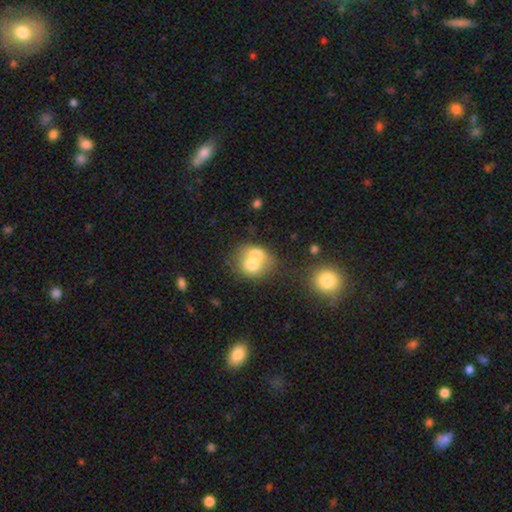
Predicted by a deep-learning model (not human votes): Smooth or featured: smooth — 66% (featured or disk — 25%)
How rounded: round — 61% (in between — 38%)
Merging: merger — 70% (none — 21%)